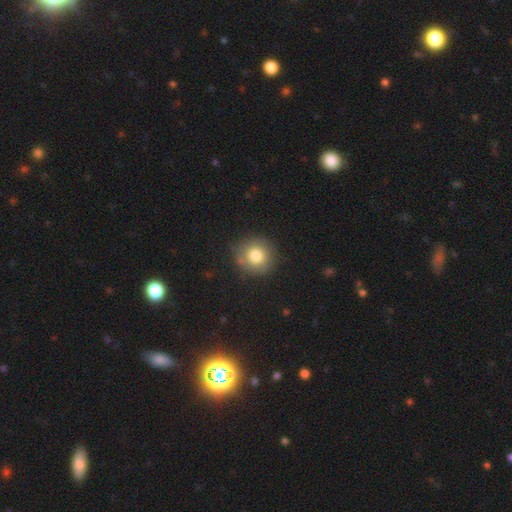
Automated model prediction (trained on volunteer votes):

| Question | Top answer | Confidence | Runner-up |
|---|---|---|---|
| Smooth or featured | smooth | 80% | featured or disk (10%) |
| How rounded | round | 92% | in between (7%) |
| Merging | none | 84% | minor disturbance (11%) |